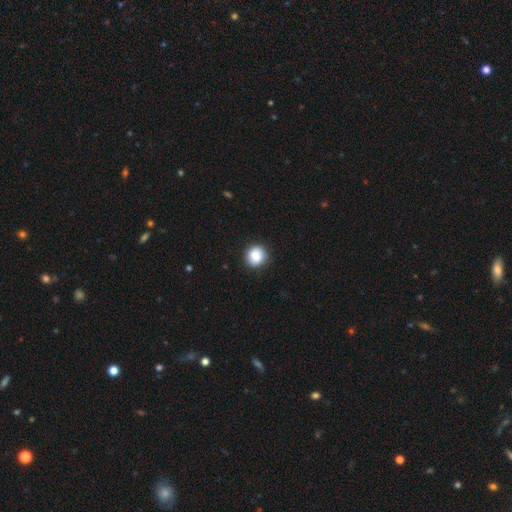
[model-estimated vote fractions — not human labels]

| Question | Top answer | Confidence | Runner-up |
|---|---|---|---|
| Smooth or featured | smooth | 85% | star or artifact (8%) |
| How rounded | round | 88% | in between (11%) |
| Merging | none | 87% | minor disturbance (9%) |